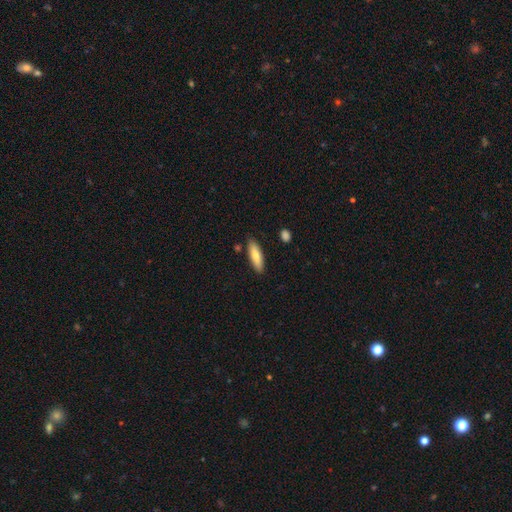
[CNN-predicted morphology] Smooth or featured?
  - smooth: 77% *
  - featured or disk: 17%
  - star or artifact: 6%
How rounded?
  - cigar-shaped: 57% *
  - in between: 41%
  - round: 2%
Merging?
  - none: 85% *
  - minor disturbance: 10%
  - merger: 3%
  - major disturbance: 2%